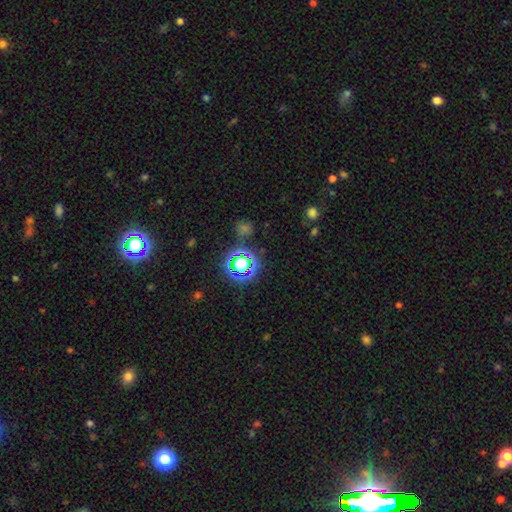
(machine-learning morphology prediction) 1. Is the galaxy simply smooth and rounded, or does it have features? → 76% star or artifact, 16% smooth, 8% featured or disk.